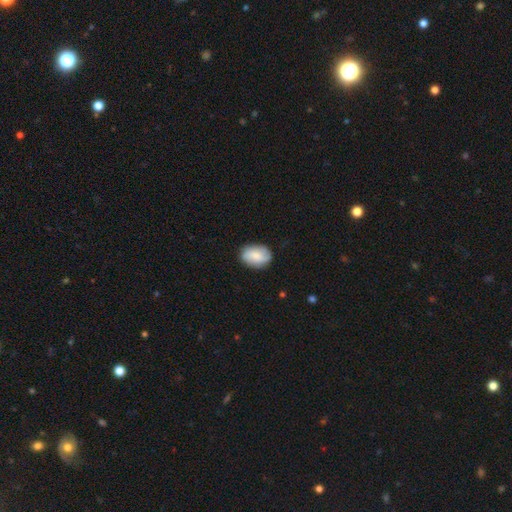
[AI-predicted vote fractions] Smooth or featured? Predicted: smooth (p=0.67). How rounded? Predicted: in between (p=0.80). Merging? Predicted: none (p=0.81).